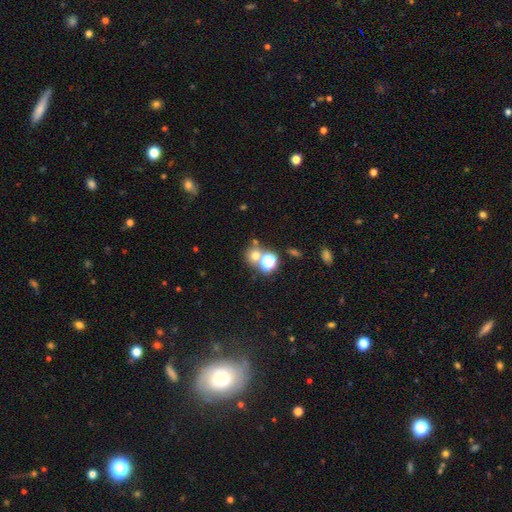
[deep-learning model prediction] Q: Smooth or featured?
A: smooth (64%); runner-up: star or artifact (26%)
Q: How rounded?
A: round (83%); runner-up: in between (16%)
Q: Merging?
A: none (56%); runner-up: merger (32%)